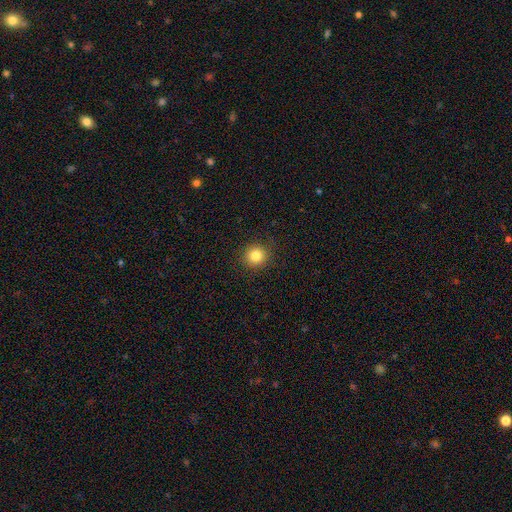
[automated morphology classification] A smooth galaxy with no disk features (83%) that is round (92%). Merging: none (91%).